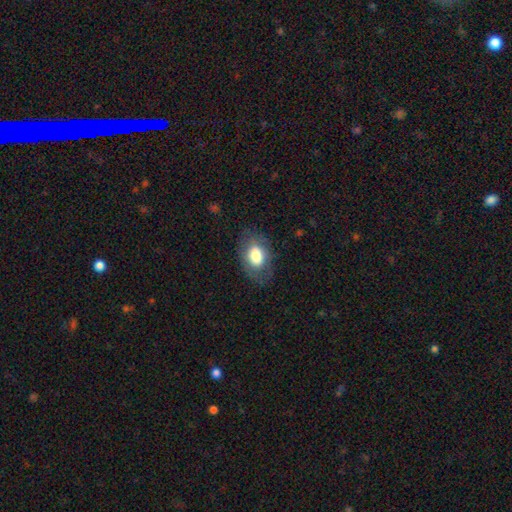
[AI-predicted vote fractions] Morphology: type=smooth (72%); roundness=in between (86%); merging=none (72%).